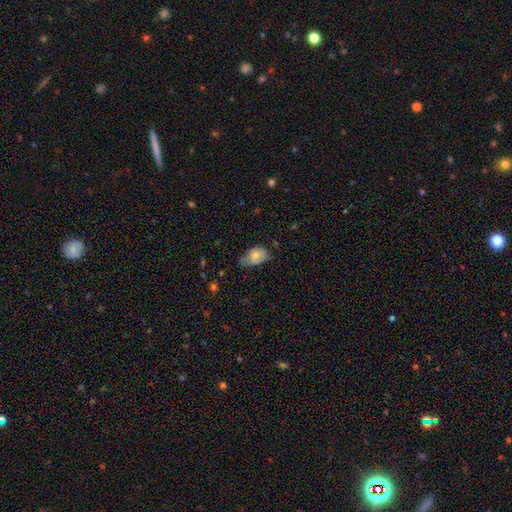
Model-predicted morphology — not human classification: Smooth or featured?
  - smooth: 73% *
  - featured or disk: 19%
  - star or artifact: 8%
How rounded?
  - in between: 87% *
  - round: 11%
  - cigar-shaped: 2%
Merging?
  - none: 46% *
  - minor disturbance: 41%
  - major disturbance: 11%
  - merger: 2%